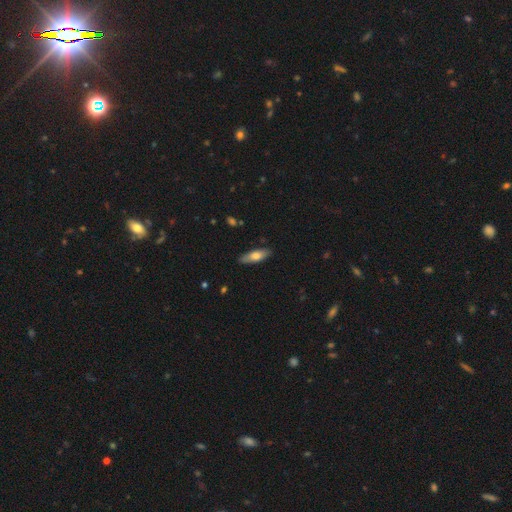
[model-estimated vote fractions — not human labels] Q: Smooth or featured?
A: smooth (66%); runner-up: featured or disk (28%)
Q: How rounded?
A: in between (53%); runner-up: cigar-shaped (45%)
Q: Merging?
A: none (86%); runner-up: minor disturbance (11%)